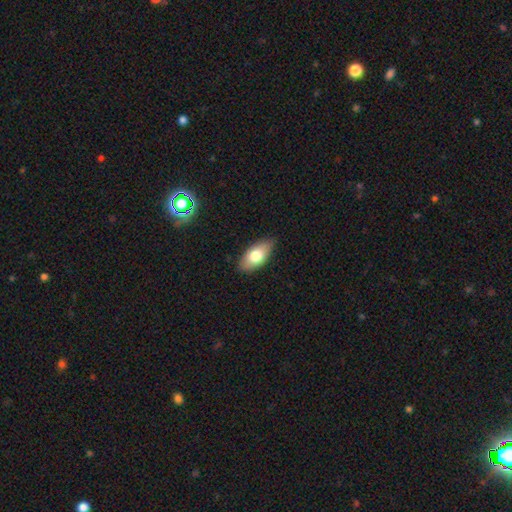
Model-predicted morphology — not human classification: smooth-or-featured: smooth: 74% | featured or disk: 20% | star or artifact: 6%
  how-rounded: in between: 91% | cigar-shaped: 6% | round: 3%
  merging: none: 84% | minor disturbance: 13% | major disturbance: 2% | merger: 1%